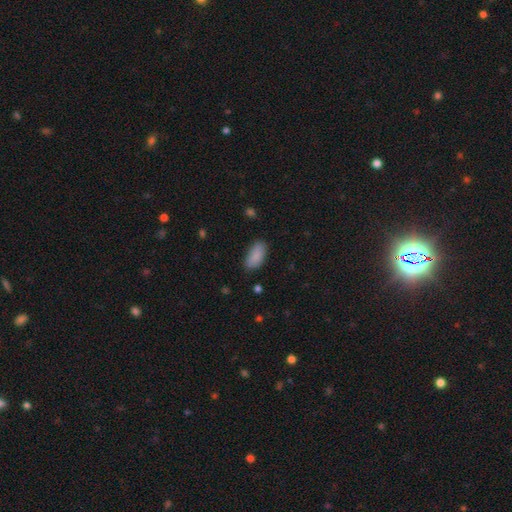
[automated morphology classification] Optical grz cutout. It shows a smooth galaxy with no disk features (87%) that is in between round and cigar-shaped (90%). Merging: none (78%).